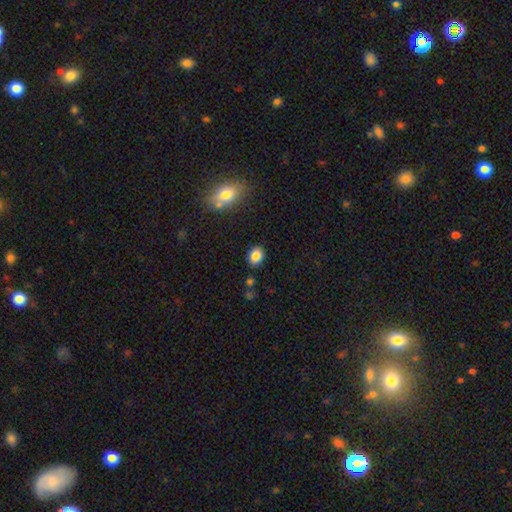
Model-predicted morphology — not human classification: type=smooth (85%); roundness=in between (52%); merging=none (86%).